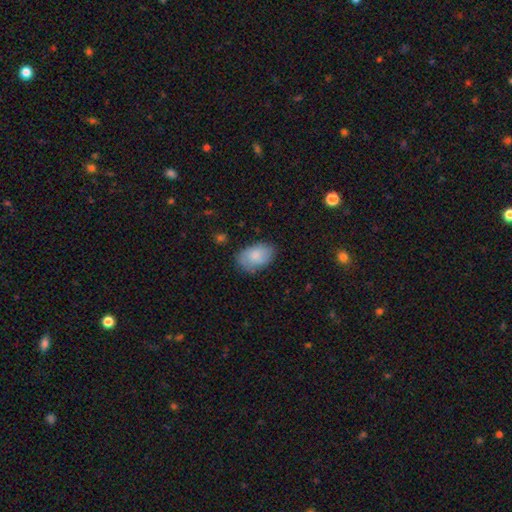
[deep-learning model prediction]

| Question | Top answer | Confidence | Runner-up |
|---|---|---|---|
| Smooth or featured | smooth | 79% | featured or disk (14%) |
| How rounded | in between | 90% | round (9%) |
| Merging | none | 73% | minor disturbance (21%) |